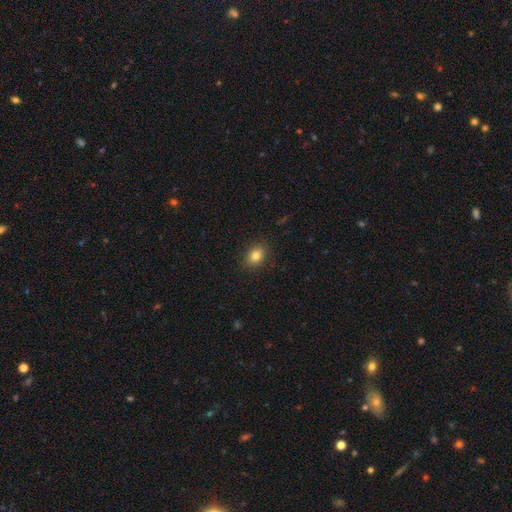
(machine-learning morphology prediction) Smooth or featured: smooth — 83% (star or artifact — 10%)
How rounded: in between — 62% (round — 37%)
Merging: none — 88% (minor disturbance — 9%)